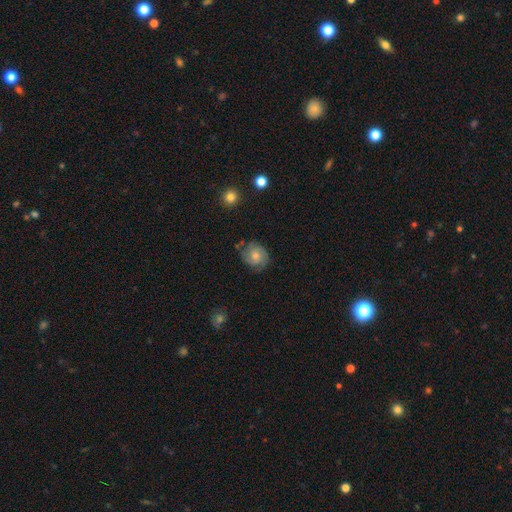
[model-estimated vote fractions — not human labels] smooth_or_featured: featured or disk (p=0.52) [alt: smooth p=0.39]
disk_edge_on: no (p=0.97) [alt: yes p=0.03]
bar: no (p=0.75) [alt: weak p=0.22]
has_spiral_arms: yes (p=0.88) [alt: no p=0.12]
bulge_size: moderate (p=0.51) [alt: small p=0.38]
merging: none (p=0.72) [alt: minor disturbance p=0.20]